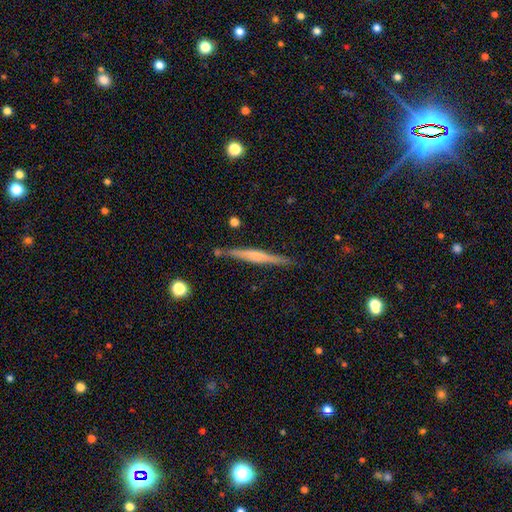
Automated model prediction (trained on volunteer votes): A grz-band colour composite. It shows a featured or disk galaxy (61%) viewed edge-on (98%) with a rounded central bulge (47%). Merging: none (86%).